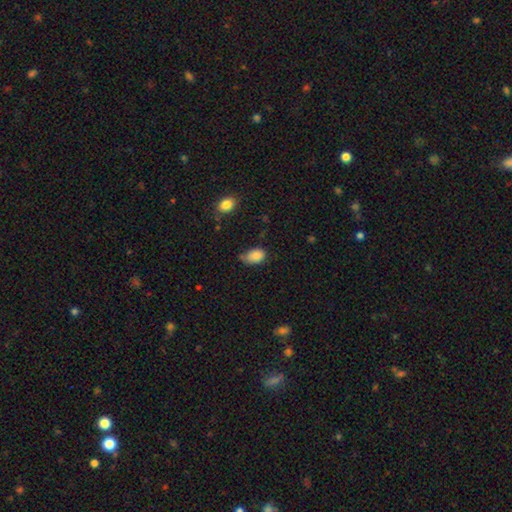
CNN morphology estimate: smooth-or-featured: smooth: 85% | star or artifact: 9% | featured or disk: 6%
  how-rounded: in between: 84% | round: 14% | cigar-shaped: 1%
  merging: none: 48% | minor disturbance: 38% | major disturbance: 10% | merger: 5%